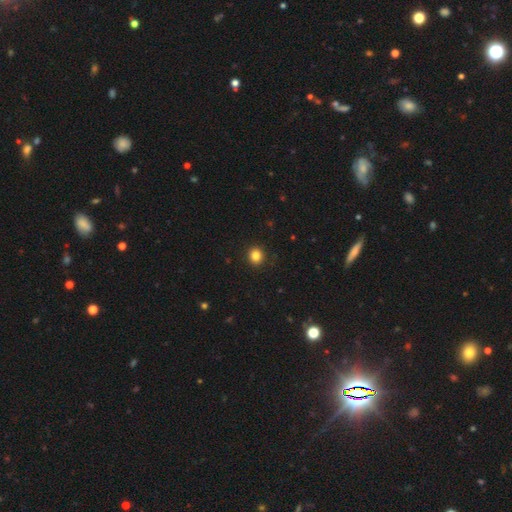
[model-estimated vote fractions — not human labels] Overall: smooth (84%). How rounded: round (82%). Merging: none (91%).